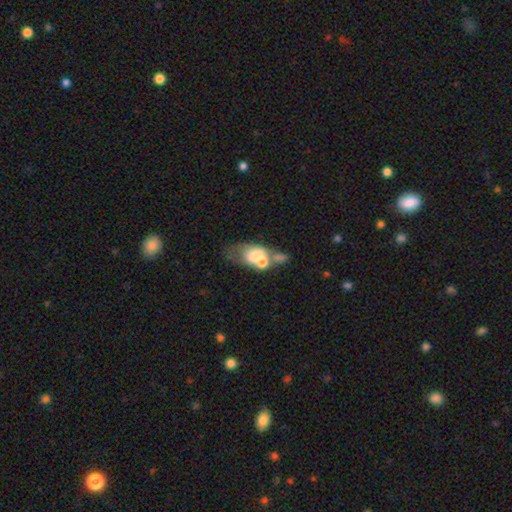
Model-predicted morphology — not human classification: A smooth galaxy with no disk features (57%) that is in between round and cigar-shaped (82%). Merging: merger (50%).